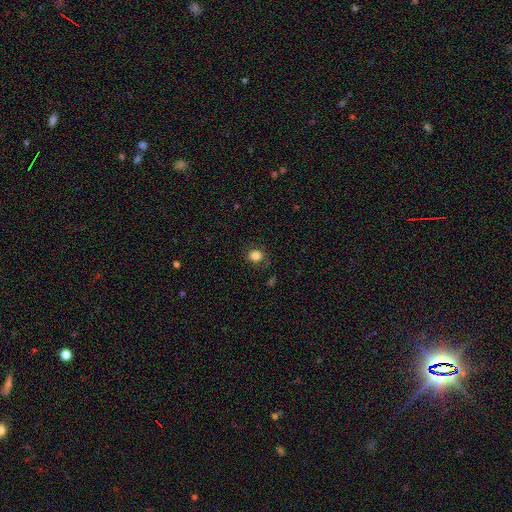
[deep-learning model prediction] A smooth galaxy with no disk features (82%) that is round (75%).

Vote fractions:
- Smooth or featured? smooth: 82% / star or artifact: 11% / featured or disk: 7%
- How rounded? round: 75% / in between: 24% / cigar-shaped: 1%
- Merging? none: 78% / minor disturbance: 14% / major disturbance: 6% / merger: 1%